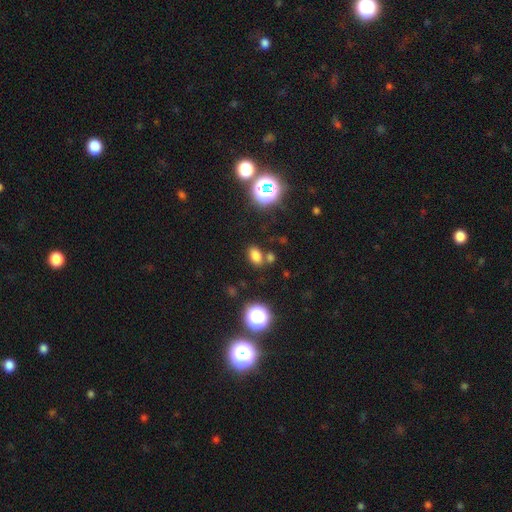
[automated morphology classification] smooth_or_featured: smooth (p=0.74) [alt: star or artifact p=0.19]
how_rounded: in between (p=0.79) [alt: round p=0.19]
merging: none (p=0.74) [alt: merger p=0.11]